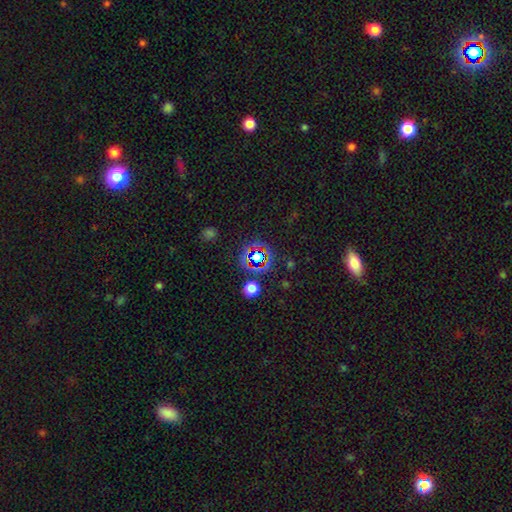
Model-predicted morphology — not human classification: Smooth or featured? star or artifact (63%)